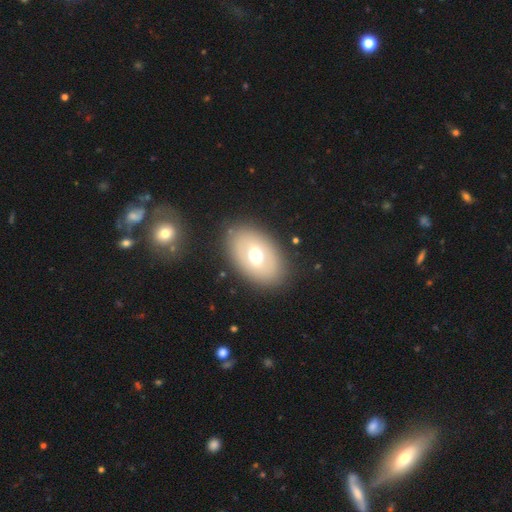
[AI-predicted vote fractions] A smooth galaxy with no disk features (55%) that is in between round and cigar-shaped (83%). Merging: none (84%).